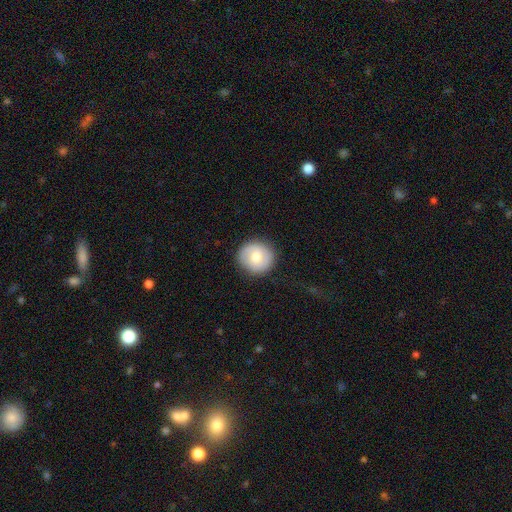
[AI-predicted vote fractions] The model was most divided on "smooth or featured": smooth: 69%, featured or disk: 23%, star or artifact: 7%. More confident: how rounded — round (89%); merging — none (88%).